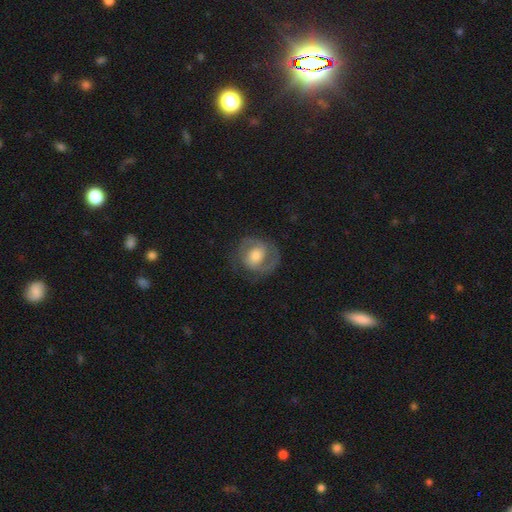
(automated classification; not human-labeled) featured or disk 67%, smooth 26%, star or artifact 7%. Down the decision tree: edge-on disk — no (97%); bar — no (53%); spiral arms — yes (85%); spiral arm count — 2 (78%); spiral winding — medium (44%); bulge size — moderate (50%); merging — none (72%).